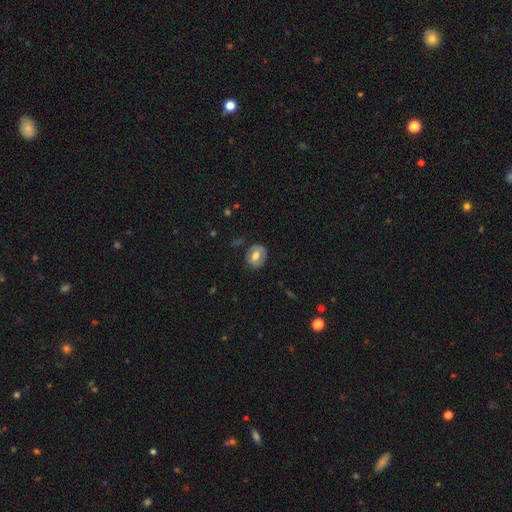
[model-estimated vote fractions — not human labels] Smooth or featured: smooth — 52% (featured or disk — 41%)
How rounded: round — 53% (in between — 46%)
Merging: none — 76% (minor disturbance — 16%)